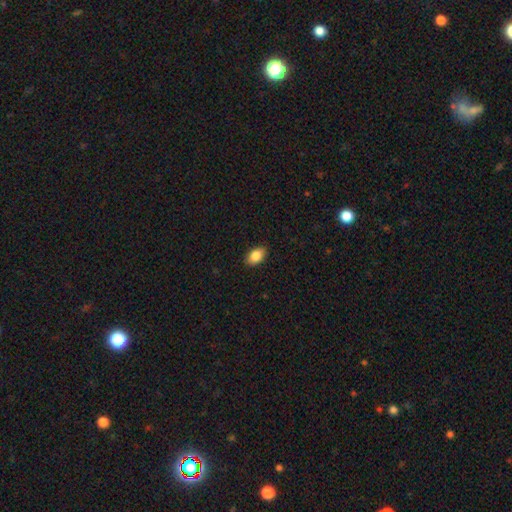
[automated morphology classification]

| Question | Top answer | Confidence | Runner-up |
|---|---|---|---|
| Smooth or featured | smooth | 86% | star or artifact (7%) |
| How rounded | in between | 91% | round (8%) |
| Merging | none | 89% | minor disturbance (9%) |